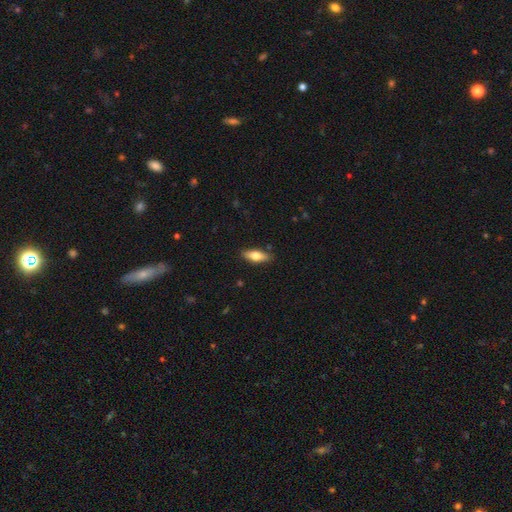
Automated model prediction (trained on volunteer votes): smooth 70%, featured or disk 24%, star or artifact 6%. Down the decision tree: how rounded — in between (66%); merging — none (86%).